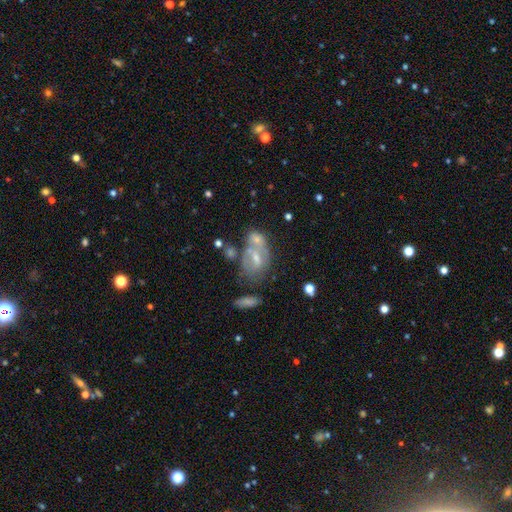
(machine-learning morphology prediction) Smooth or featured?
  - featured or disk: 56% *
  - smooth: 31%
  - star or artifact: 12%
Edge-on disk?
  - no: 94% *
  - yes: 6%
Bar?
  - no: 51% *
  - weak: 35%
  - strong: 14%
Spiral arms?
  - no: 58% *
  - yes: 42%
Bulge size?
  - moderate: 47% *
  - small: 40%
  - none: 8%
  - large: 4%
  - dominant: 1%
Merging?
  - merger: 46% *
  - none: 30%
  - minor disturbance: 14%
  - major disturbance: 10%